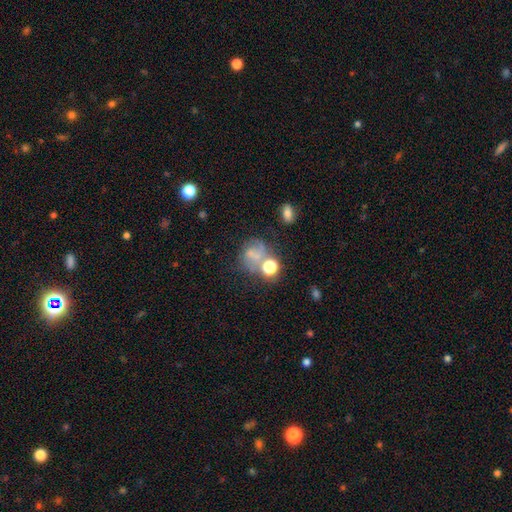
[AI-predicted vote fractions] A smooth galaxy with no disk features (48%).

Vote fractions:
- Smooth or featured? smooth: 48% / featured or disk: 30% / star or artifact: 22%
- Merging? none: 35% / merger: 24% / major disturbance: 23% / minor disturbance: 18%